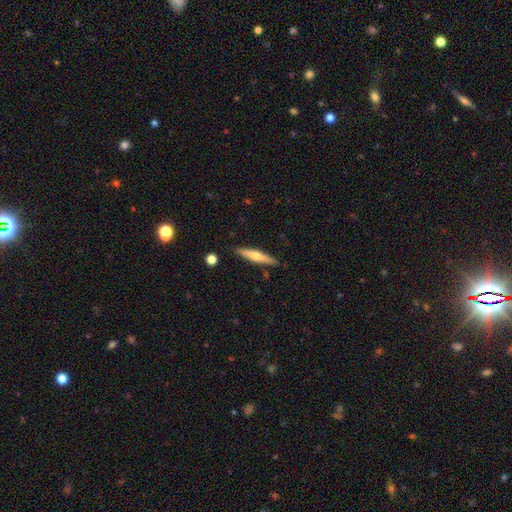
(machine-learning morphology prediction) The model was most divided on "smooth or featured": featured or disk: 52%, smooth: 42%, star or artifact: 6%. More confident: edge-on disk — yes (95%); merging — none (87%).